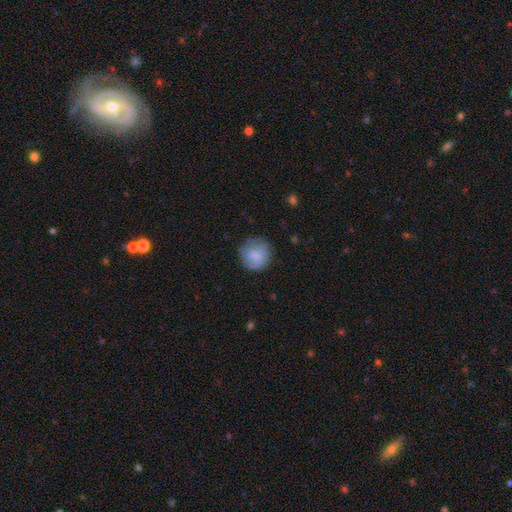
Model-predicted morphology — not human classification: Smooth or featured?
  - smooth: 76% *
  - featured or disk: 17%
  - star or artifact: 7%
How rounded?
  - round: 91% *
  - in between: 9%
  - cigar-shaped: 1%
Merging?
  - none: 75% *
  - minor disturbance: 17%
  - major disturbance: 6%
  - merger: 1%